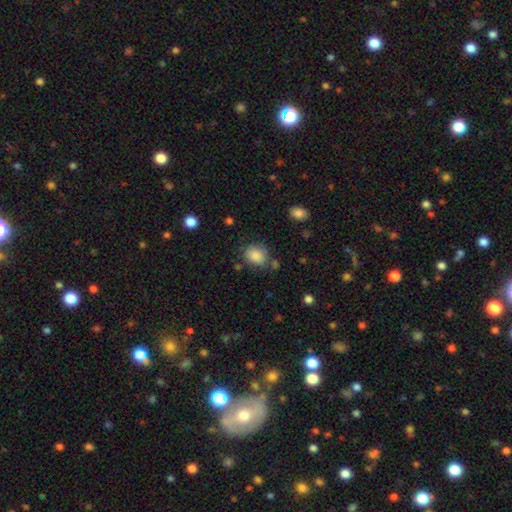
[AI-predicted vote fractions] Q: Smooth or featured?
A: smooth (85%); runner-up: star or artifact (9%)
Q: How rounded?
A: round (61%); runner-up: in between (38%)
Q: Merging?
A: none (68%); runner-up: minor disturbance (20%)